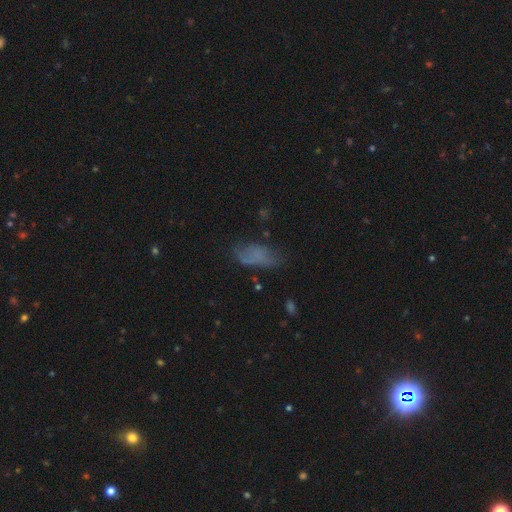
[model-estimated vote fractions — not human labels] Morphology: type=smooth (61%); roundness=in between (82%); merging=none (49%).